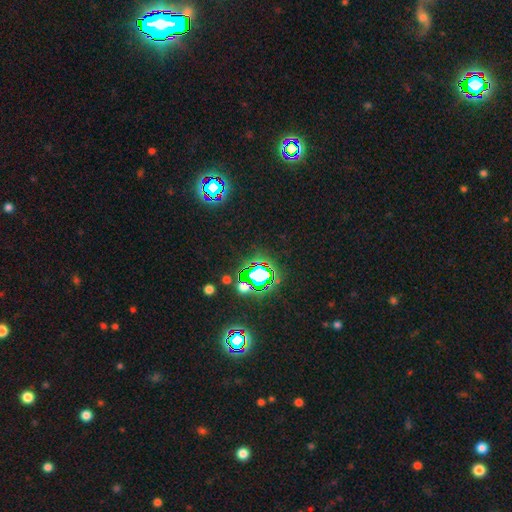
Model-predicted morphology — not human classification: Smooth or featured: star or artifact — 80% (smooth — 13%)